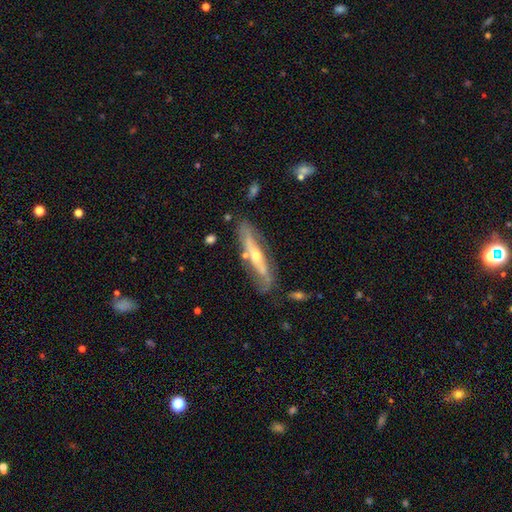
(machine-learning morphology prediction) featured or disk 72%, smooth 22%, star or artifact 6%. Down the decision tree: edge-on disk — yes (62%); merging — none (71%).